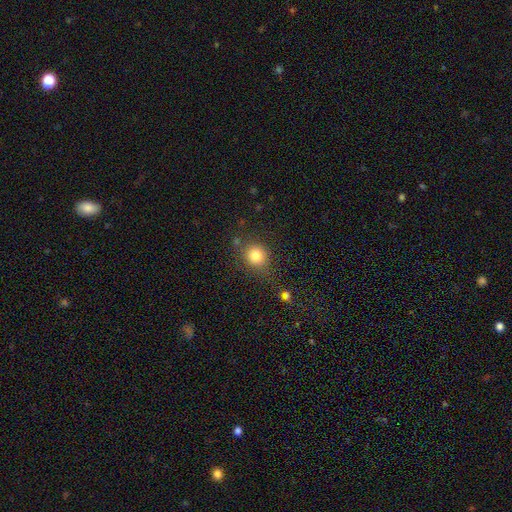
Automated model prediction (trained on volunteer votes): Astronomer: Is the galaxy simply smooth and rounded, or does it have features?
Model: smooth — 82%.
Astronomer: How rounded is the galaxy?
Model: round — 85%.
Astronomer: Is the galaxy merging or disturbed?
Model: none — 76%.